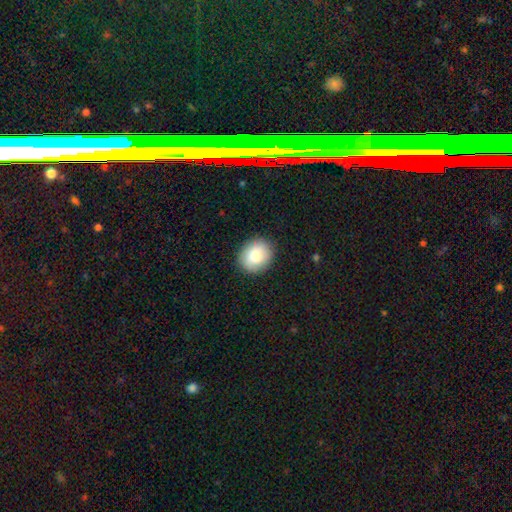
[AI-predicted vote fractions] Smooth or featured?
  - smooth: 80% *
  - featured or disk: 13%
  - star or artifact: 8%
How rounded?
  - round: 66% *
  - in between: 33%
  - cigar-shaped: 1%
Merging?
  - none: 88% *
  - minor disturbance: 9%
  - major disturbance: 2%
  - merger: 1%